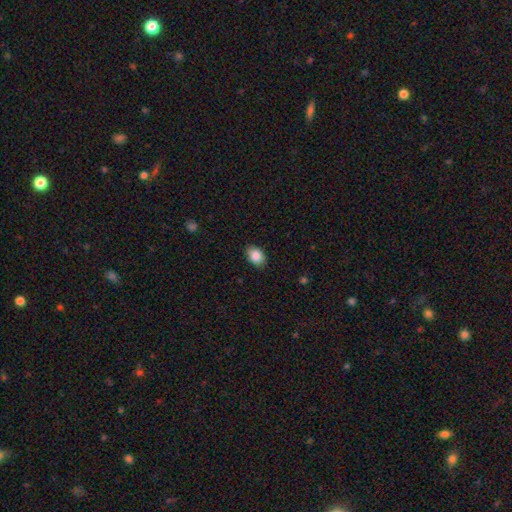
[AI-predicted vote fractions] smooth-or-featured: smooth: 86% | star or artifact: 8% | featured or disk: 6%
  how-rounded: in between: 77% | round: 22% | cigar-shaped: 1%
  merging: none: 88% | minor disturbance: 9% | major disturbance: 2% | merger: 1%